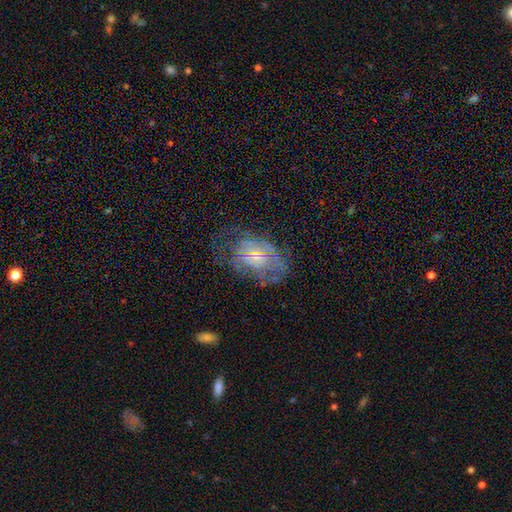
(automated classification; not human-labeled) Smooth or featured: featured or disk — 62% (smooth — 30%)
Edge-on disk: no — 96% (yes — 4%)
Bar: no — 80% (weak — 17%)
Spiral arms: yes — 55% (no — 45%)
Bulge size: small — 56% (moderate — 35%)
Merging: none — 43% (major disturbance — 29%)